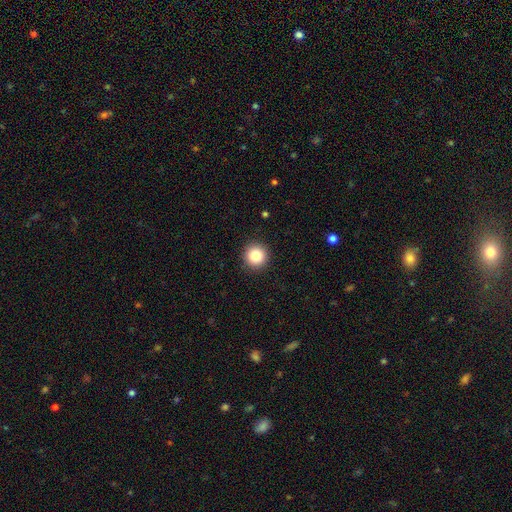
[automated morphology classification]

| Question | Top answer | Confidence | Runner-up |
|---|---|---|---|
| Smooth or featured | smooth | 84% | star or artifact (10%) |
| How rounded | round | 95% | in between (4%) |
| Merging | none | 92% | minor disturbance (5%) |